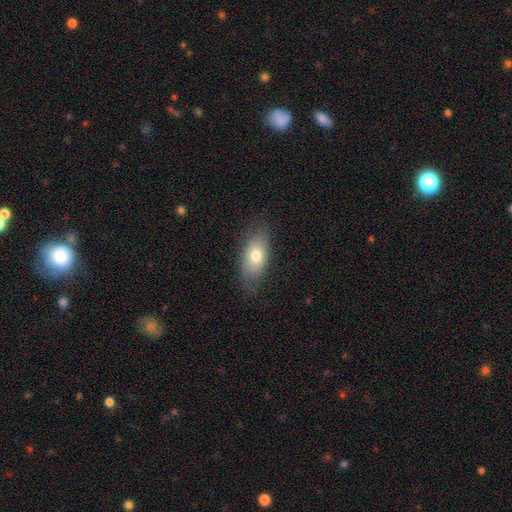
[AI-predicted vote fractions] This is likely a smooth galaxy (70%). How rounded: clearly in between (90%). Merging: likely none (73%).